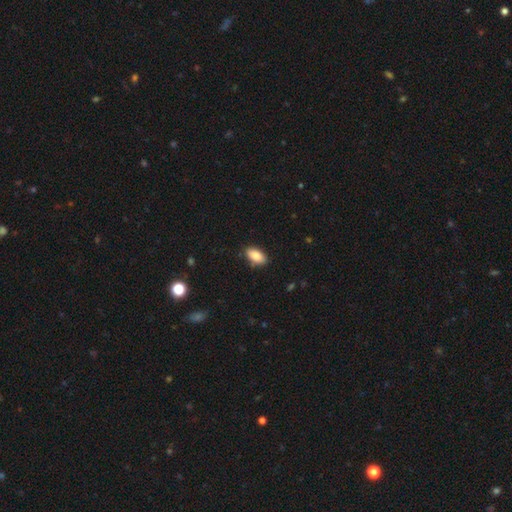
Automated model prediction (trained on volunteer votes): Morphology: type=smooth (88%); roundness=in between (93%); merging=none (85%).